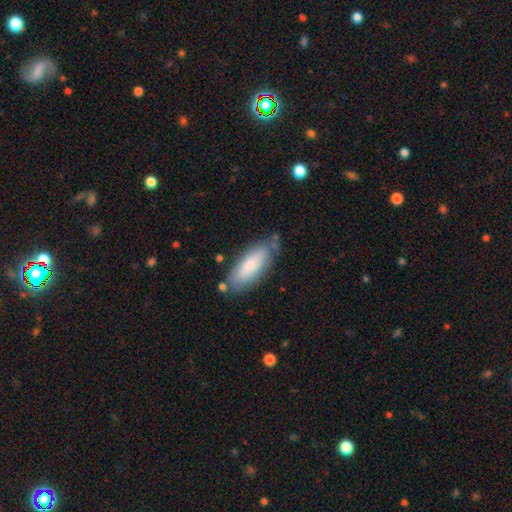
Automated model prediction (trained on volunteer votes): Overall: smooth (79%). How rounded: in between (71%). Merging: none (69%).